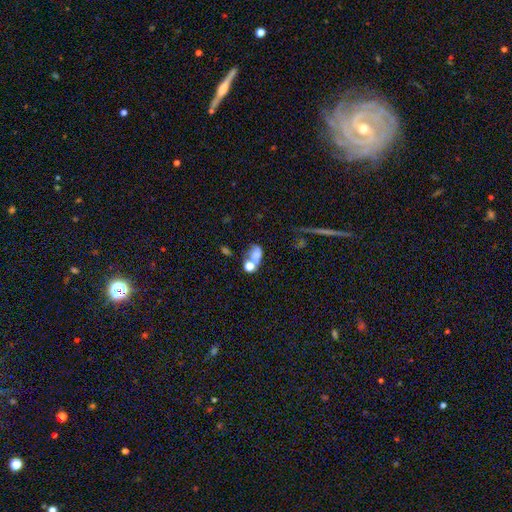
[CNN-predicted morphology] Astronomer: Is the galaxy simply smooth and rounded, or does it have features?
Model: smooth — 64%.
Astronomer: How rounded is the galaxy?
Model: in between — 75%.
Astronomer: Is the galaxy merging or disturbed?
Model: merger — 44% (runner-up: none, 27%).